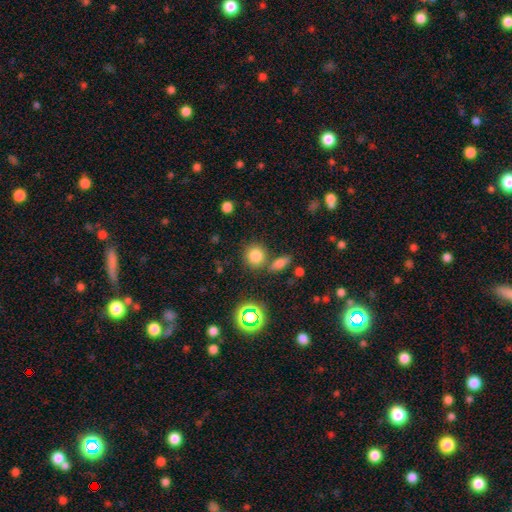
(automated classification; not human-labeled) Smooth or featured? smooth (78%)
How rounded? round (85%)
Merging? none (70%)